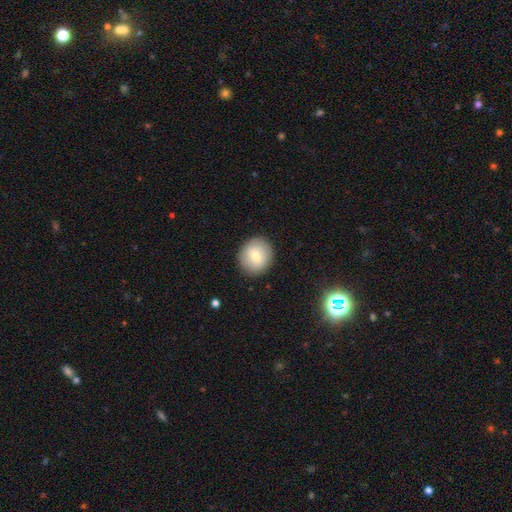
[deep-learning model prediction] smooth_or_featured: smooth (p=0.73) [alt: featured or disk p=0.19]
how_rounded: round (p=0.79) [alt: in between p=0.20]
merging: none (p=0.89) [alt: minor disturbance p=0.08]